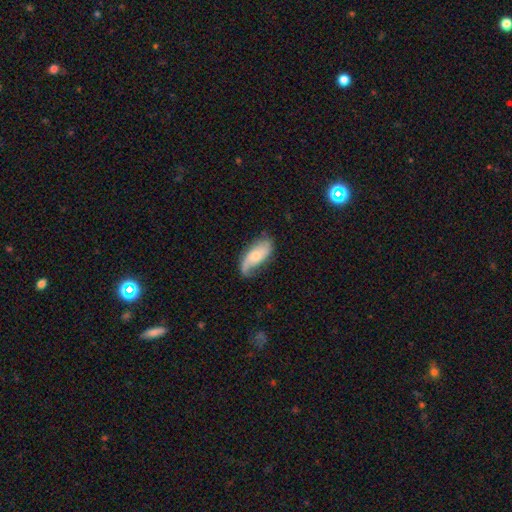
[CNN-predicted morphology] Smooth or featured: featured or disk — 56% (smooth — 37%)
Edge-on disk: no — 92% (yes — 8%)
Bar: no — 65% (weak — 29%)
Spiral arms: yes — 90% (no — 10%)
Bulge size: small — 43% (moderate — 37%)
Merging: none — 60% (minor disturbance — 26%)